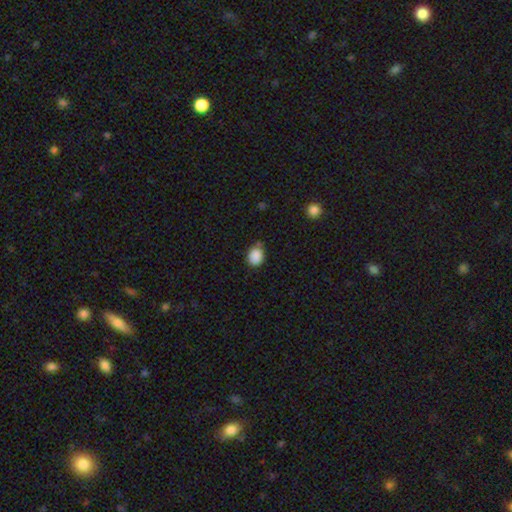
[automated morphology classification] Smooth or featured?
  - smooth: 88% *
  - star or artifact: 9%
  - featured or disk: 3%
How rounded?
  - round: 54% *
  - in between: 45%
  - cigar-shaped: 1%
Merging?
  - none: 70% *
  - minor disturbance: 21%
  - merger: 5%
  - major disturbance: 4%